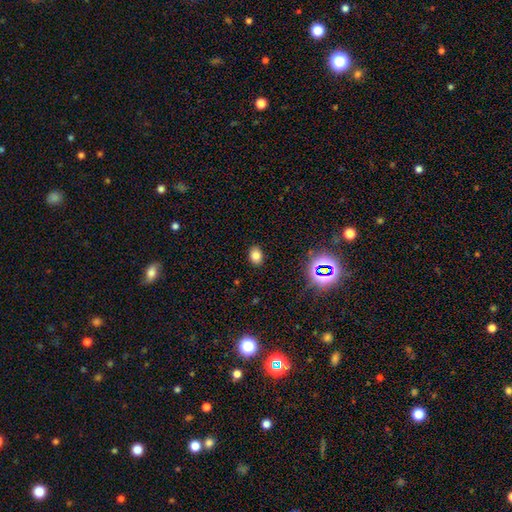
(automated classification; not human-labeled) smooth 78%, star or artifact 15%, featured or disk 7%. Down the decision tree: how rounded — in between (71%); merging — none (88%).